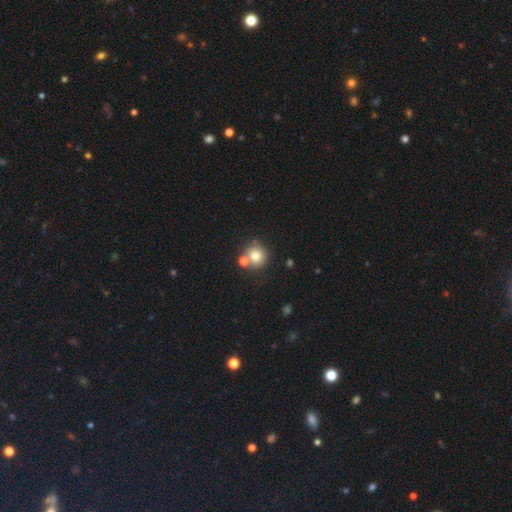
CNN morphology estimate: The model was most divided on "merging": none: 66%, merger: 23%, minor disturbance: 8%, major disturbance: 3%. More confident: how rounded — round (91%); smooth or featured — smooth (77%).